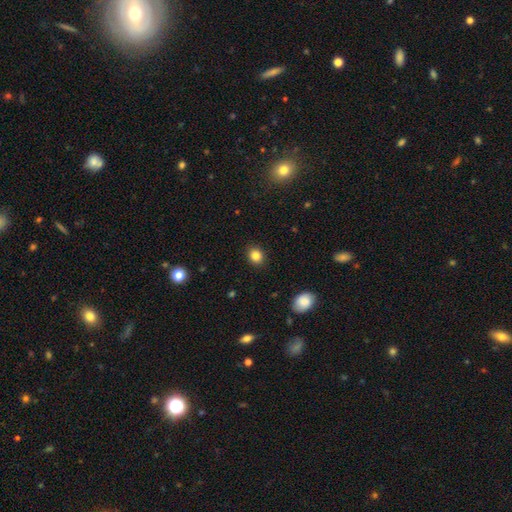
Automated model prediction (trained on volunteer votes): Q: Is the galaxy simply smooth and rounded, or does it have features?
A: smooth — 84%.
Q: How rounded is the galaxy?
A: round — 70%.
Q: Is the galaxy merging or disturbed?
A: none — 90%.